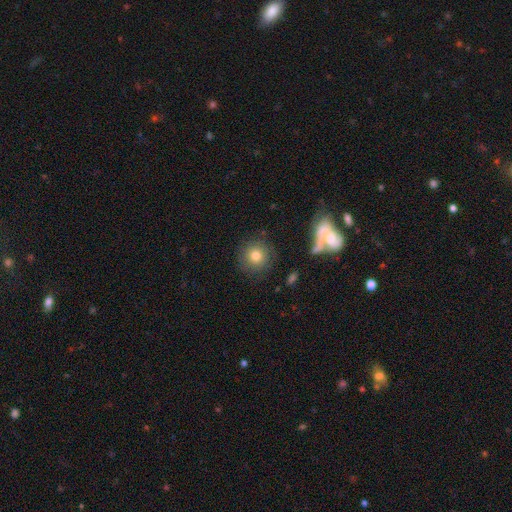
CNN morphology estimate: Smooth or featured? Predicted: smooth (p=0.74). How rounded? Predicted: round (p=0.93). Merging? Predicted: none (p=0.84).